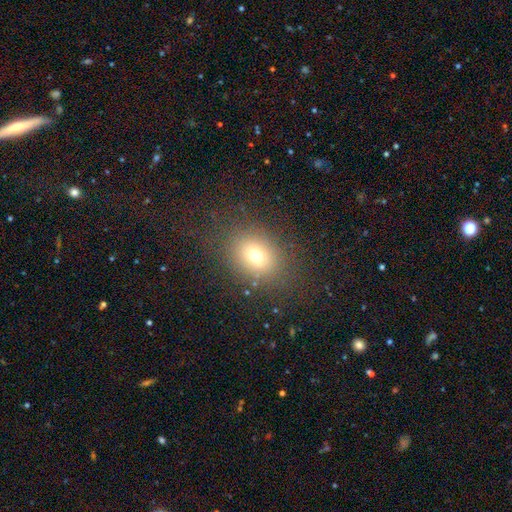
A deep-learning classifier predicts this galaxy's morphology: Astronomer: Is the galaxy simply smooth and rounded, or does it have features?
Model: smooth — 70%.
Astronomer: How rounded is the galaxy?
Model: in between — 51% (runner-up: round, 47%).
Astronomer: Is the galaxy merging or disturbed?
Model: none — 80%.